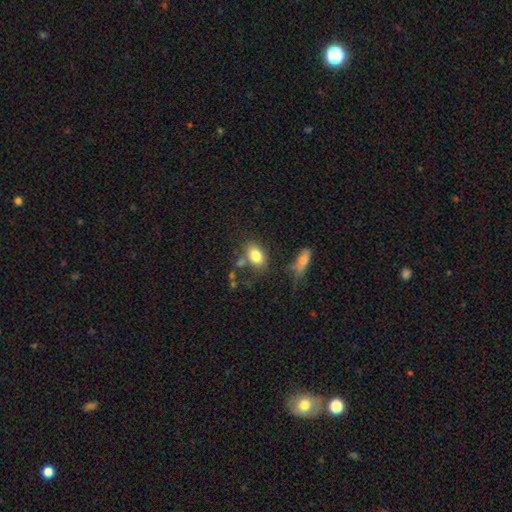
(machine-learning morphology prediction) This appears to be a smooth galaxy with no disk features (80%) that is in between round and cigar-shaped (82%). Merging: none (67%).